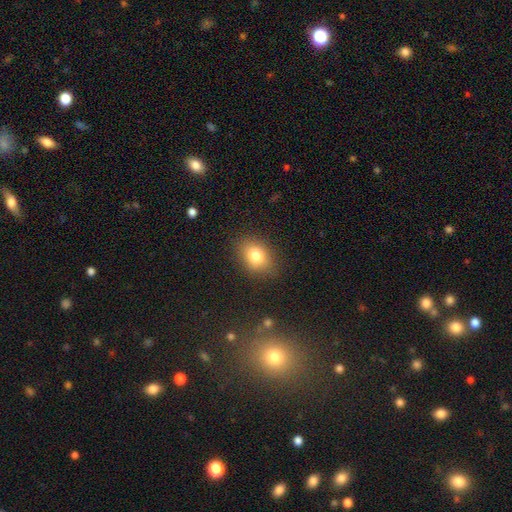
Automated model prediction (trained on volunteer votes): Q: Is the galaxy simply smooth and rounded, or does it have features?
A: smooth — 79%.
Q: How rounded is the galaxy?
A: in between — 62%.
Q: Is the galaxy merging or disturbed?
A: none — 83%.